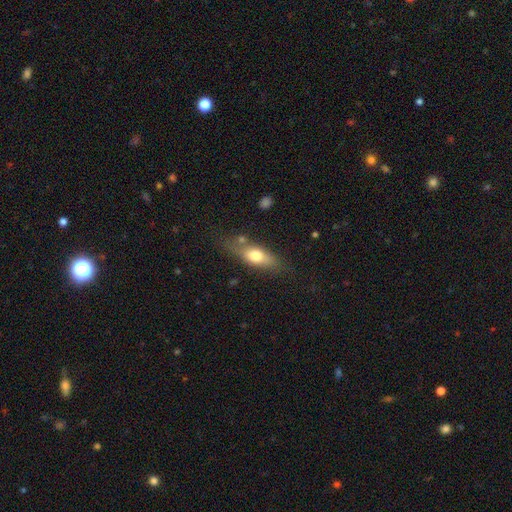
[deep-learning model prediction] smooth_or_featured: smooth (p=0.66) [alt: featured or disk p=0.27]
how_rounded: in between (p=0.66) [alt: cigar-shaped p=0.28]
merging: none (p=0.66) [alt: minor disturbance p=0.21]